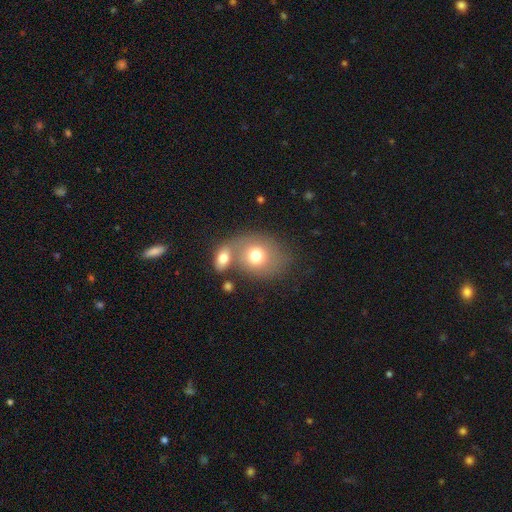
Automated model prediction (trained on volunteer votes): This is likely a smooth galaxy (71%). How rounded: possibly round (53%). Merging: marginally merger (41%).